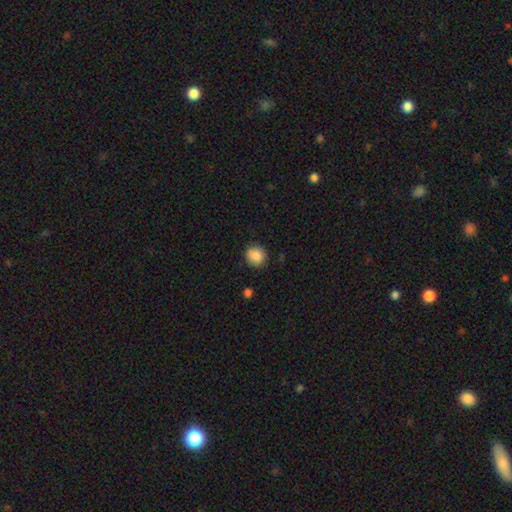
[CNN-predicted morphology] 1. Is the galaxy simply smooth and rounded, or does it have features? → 87% smooth, 9% star or artifact, 4% featured or disk.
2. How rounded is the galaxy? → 86% round, 13% in between, 1% cigar-shaped.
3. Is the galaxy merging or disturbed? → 87% none, 9% minor disturbance, 2% major disturbance, 1% merger.